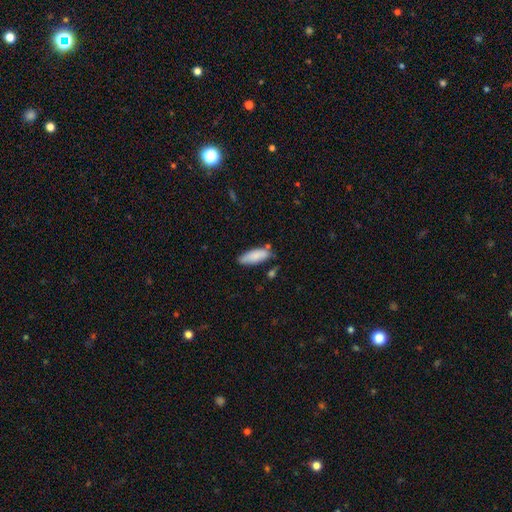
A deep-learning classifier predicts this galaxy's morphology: Smooth or featured? Predicted: smooth (p=0.85). How rounded? Predicted: in between (p=0.67). Merging? Predicted: none (p=0.68).